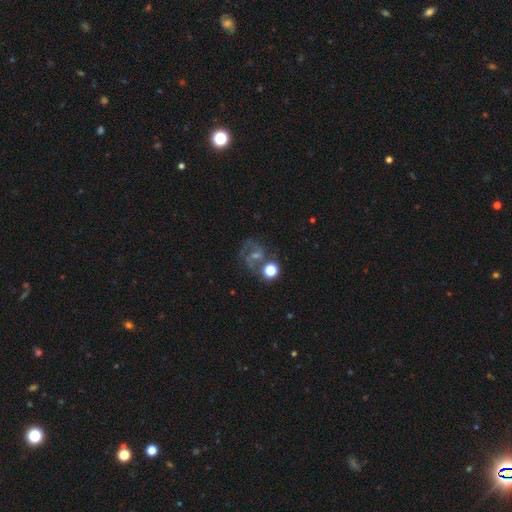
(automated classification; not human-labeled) Morphology: type=featured or disk (63%); edge-on=no (97%); bar=weak (46%); spiral arms=yes (88%); winding=medium (52%); arm count=2 (76%); bulge=small (52%); merging=none (64%).